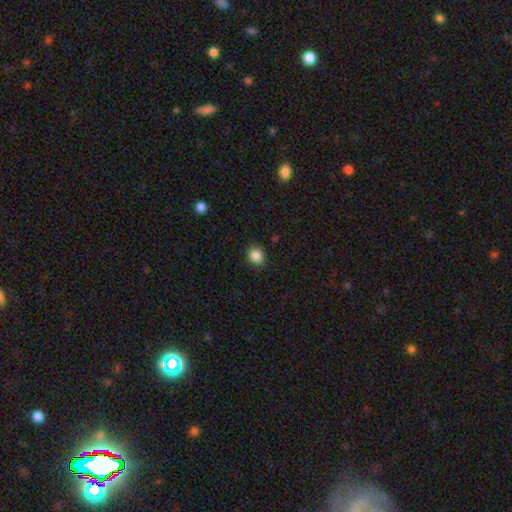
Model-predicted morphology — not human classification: smooth 86%, star or artifact 10%, featured or disk 4%. Down the decision tree: how rounded — round (71%); merging — none (89%).